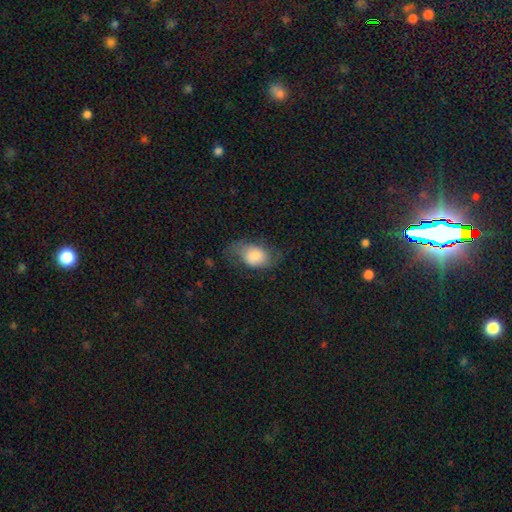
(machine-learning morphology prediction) This is likely a smooth galaxy (68%). How rounded: likely in between (79%). Merging: possibly none (46%).